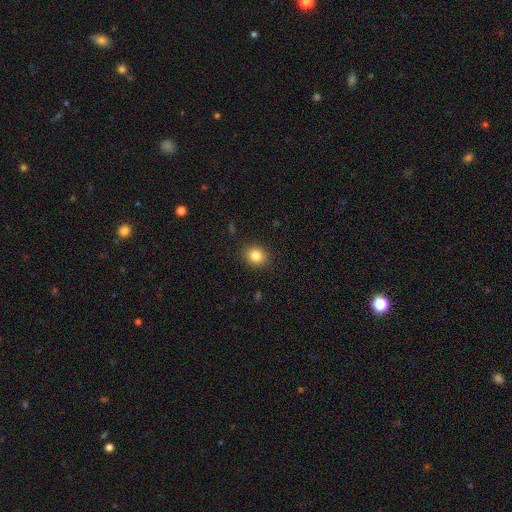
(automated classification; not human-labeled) Q: Smooth or featured?
A: smooth (83%); runner-up: star or artifact (11%)
Q: How rounded?
A: round (71%); runner-up: in between (28%)
Q: Merging?
A: none (89%); runner-up: minor disturbance (7%)